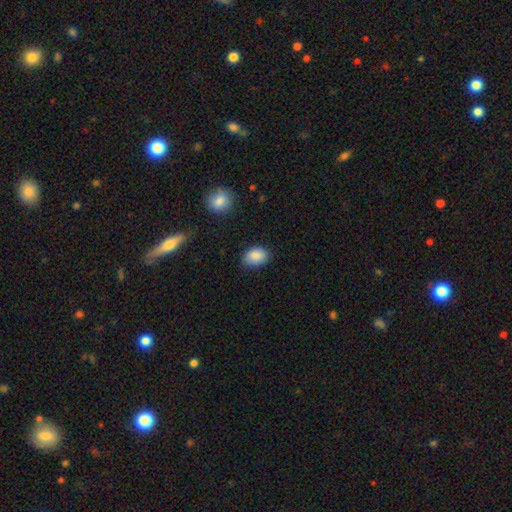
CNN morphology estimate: Smooth or featured: smooth — 87% (star or artifact — 7%)
How rounded: in between — 78% (round — 21%)
Merging: none — 81% (minor disturbance — 15%)